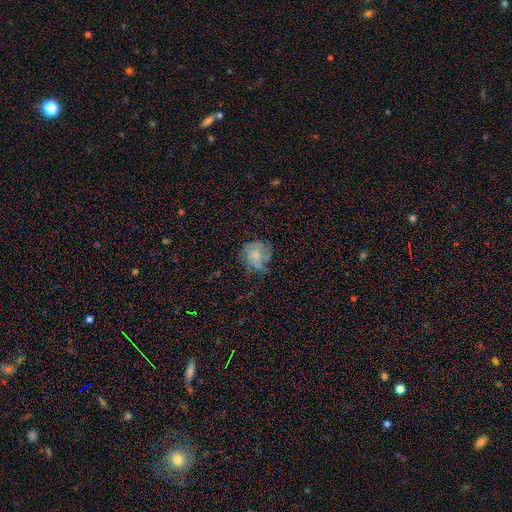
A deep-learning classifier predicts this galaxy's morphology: This is possibly a featured or disk galaxy (55%). It is clearly not viewed edge-on (98%). Bar: likely no (78%). Spiral arm pattern: likely yes (79%). Central bulge: possibly small (60%). Merging: possibly none (55%).